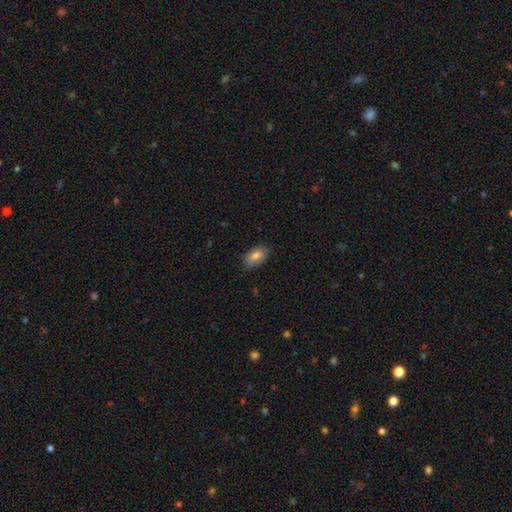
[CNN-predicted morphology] A smooth galaxy with no disk features (83%) that is in between round and cigar-shaped (92%). Merging: none (81%).